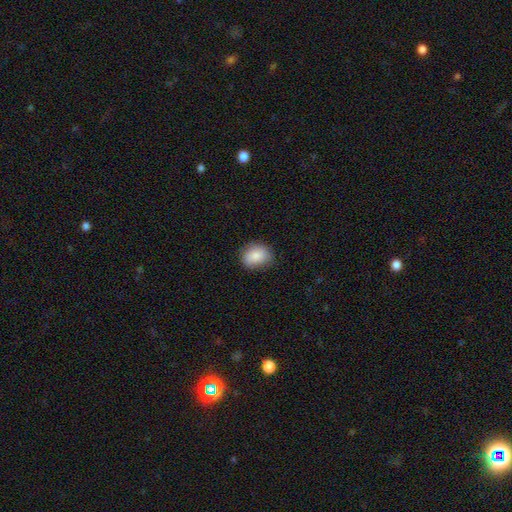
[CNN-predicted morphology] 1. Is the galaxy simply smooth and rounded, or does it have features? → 85% smooth, 8% star or artifact, 7% featured or disk.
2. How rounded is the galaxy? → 53% in between, 46% round, 1% cigar-shaped.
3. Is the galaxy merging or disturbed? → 80% none, 16% minor disturbance, 3% major disturbance, 1% merger.